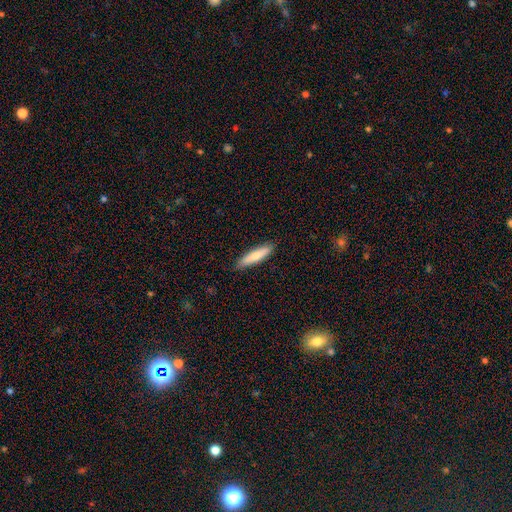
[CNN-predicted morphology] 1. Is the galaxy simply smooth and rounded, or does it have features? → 72% smooth, 22% featured or disk, 6% star or artifact.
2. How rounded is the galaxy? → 81% cigar-shaped, 17% in between, 1% round.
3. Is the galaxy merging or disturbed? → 88% none, 9% minor disturbance, 2% major disturbance, 1% merger.